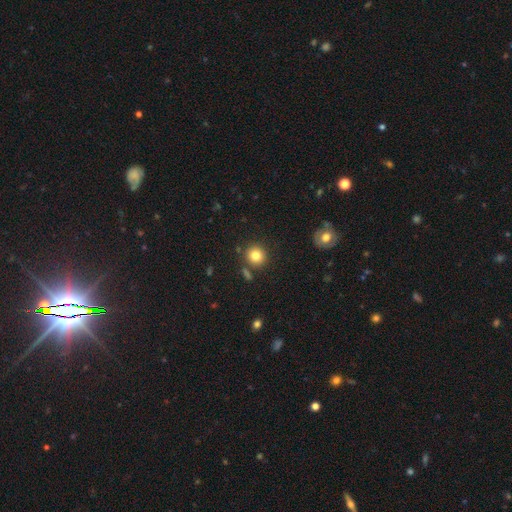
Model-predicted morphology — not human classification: smooth-or-featured: smooth: 82% | star or artifact: 11% | featured or disk: 7%
  how-rounded: round: 92% | in between: 7% | cigar-shaped: 1%
  merging: none: 84% | minor disturbance: 8% | merger: 6% | major disturbance: 3%